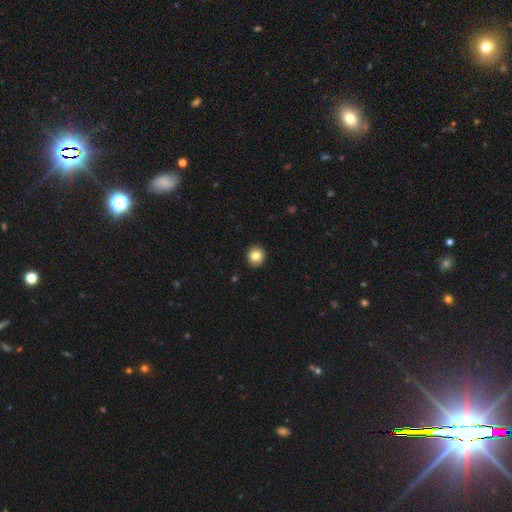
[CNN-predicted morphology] smooth_or_featured: smooth (p=0.84) [alt: star or artifact p=0.09]
how_rounded: round (p=0.91) [alt: in between p=0.08]
merging: none (p=0.93) [alt: minor disturbance p=0.05]